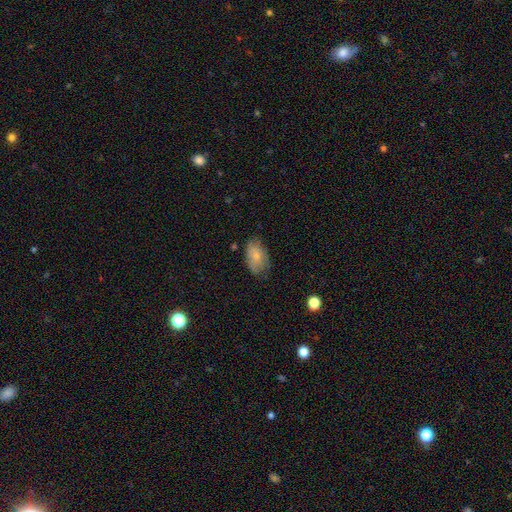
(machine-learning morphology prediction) Q: Smooth or featured?
A: smooth (70%); runner-up: featured or disk (23%)
Q: How rounded?
A: in between (90%); runner-up: round (9%)
Q: Merging?
A: none (60%); runner-up: minor disturbance (30%)